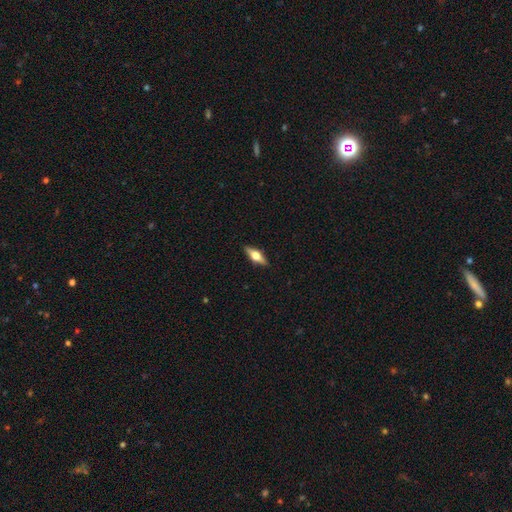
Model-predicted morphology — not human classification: smooth_or_featured: featured or disk (p=0.61) [alt: smooth p=0.33]
disk_edge_on: yes (p=0.95) [alt: no p=0.05]
edge_on_bulge: rounded (p=0.94) [alt: boxy p=0.04]
merging: none (p=0.90) [alt: minor disturbance p=0.08]